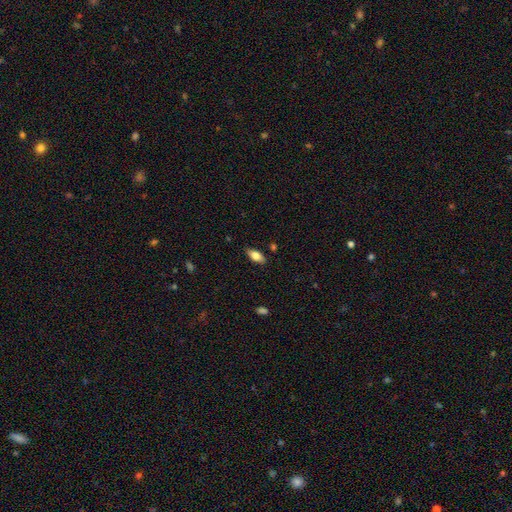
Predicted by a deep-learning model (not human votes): Smooth or featured?
  - smooth: 73% *
  - featured or disk: 20%
  - star or artifact: 7%
How rounded?
  - in between: 84% *
  - cigar-shaped: 13%
  - round: 3%
Merging?
  - none: 85% *
  - minor disturbance: 11%
  - major disturbance: 2%
  - merger: 1%